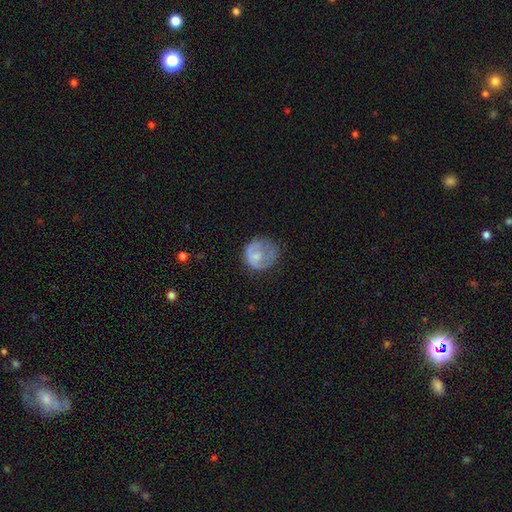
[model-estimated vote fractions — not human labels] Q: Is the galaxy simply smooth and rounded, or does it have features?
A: smooth — 63%.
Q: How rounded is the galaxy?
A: round — 82%.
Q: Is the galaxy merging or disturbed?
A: none — 45%.